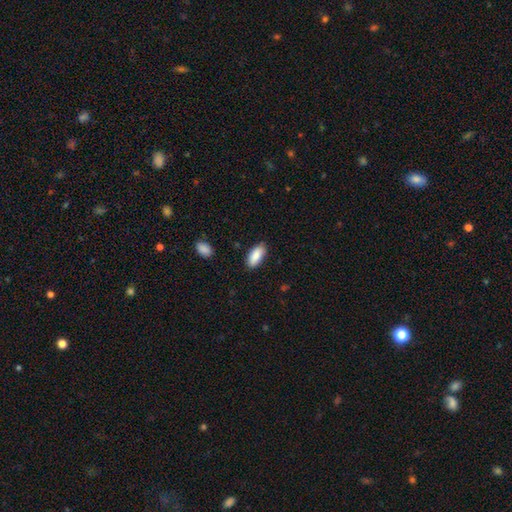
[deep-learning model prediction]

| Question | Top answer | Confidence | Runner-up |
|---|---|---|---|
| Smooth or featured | smooth | 88% | star or artifact (6%) |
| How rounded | in between | 87% | cigar-shaped (12%) |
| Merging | none | 85% | minor disturbance (11%) |